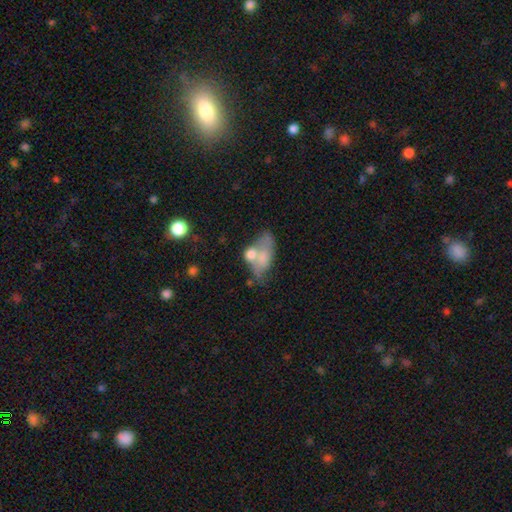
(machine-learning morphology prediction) type=smooth (60%); roundness=in between (84%); merging=merger (45%).